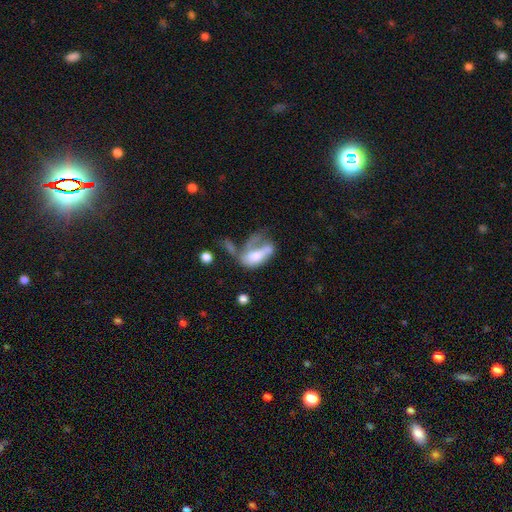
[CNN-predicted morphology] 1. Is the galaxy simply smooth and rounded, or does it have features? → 50% smooth, 41% featured or disk, 9% star or artifact.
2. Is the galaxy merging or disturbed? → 38% major disturbance, 33% merger, 15% none, 13% minor disturbance.